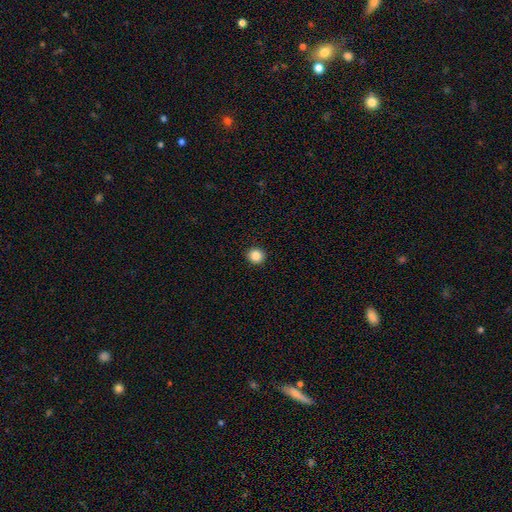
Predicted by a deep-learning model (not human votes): Smooth or featured?
  - smooth: 87% *
  - star or artifact: 10%
  - featured or disk: 3%
How rounded?
  - round: 92% *
  - in between: 7%
  - cigar-shaped: 1%
Merging?
  - none: 93% *
  - minor disturbance: 4%
  - major disturbance: 2%
  - merger: 1%